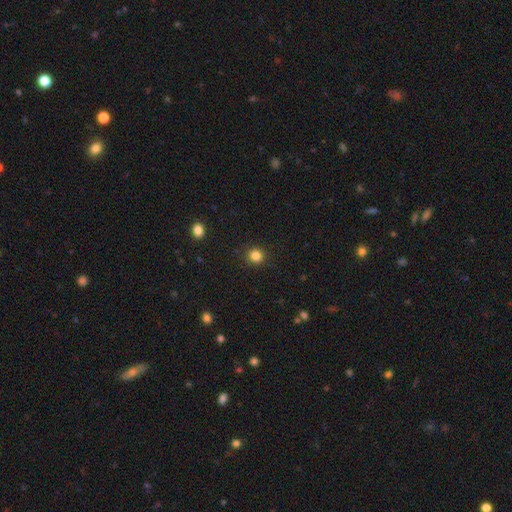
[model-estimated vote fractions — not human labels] smooth 83%, star or artifact 12%, featured or disk 4%. Down the decision tree: how rounded — round (89%); merging — none (91%).